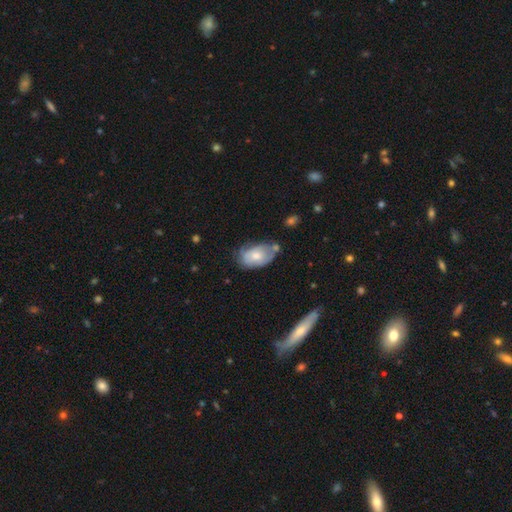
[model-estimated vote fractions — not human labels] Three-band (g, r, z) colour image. It shows a smooth galaxy with no disk features (54%) that is in between round and cigar-shaped (90%). Merging: none (42%).